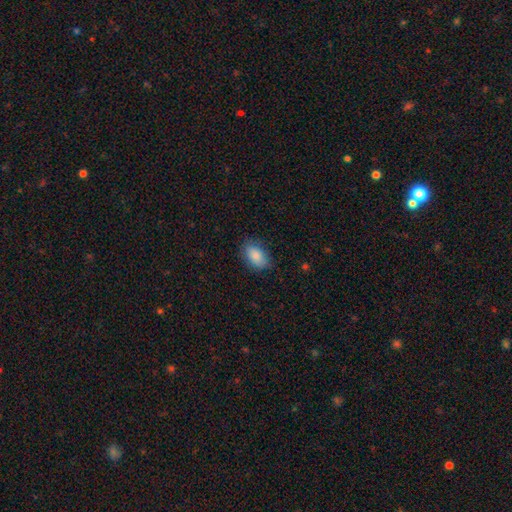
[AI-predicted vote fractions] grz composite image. It shows a smooth galaxy with no disk features (85%) that is in between round and cigar-shaped (89%). Merging: none (79%).